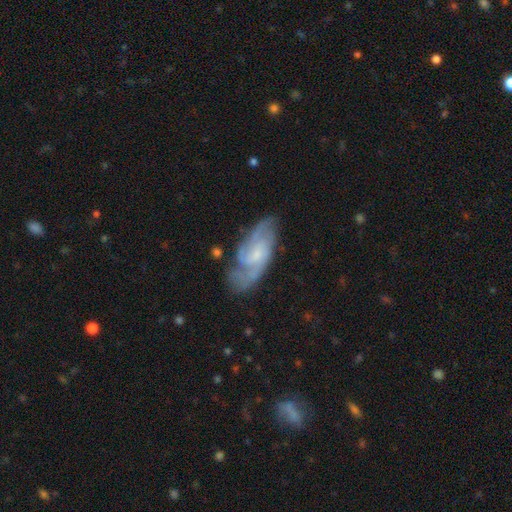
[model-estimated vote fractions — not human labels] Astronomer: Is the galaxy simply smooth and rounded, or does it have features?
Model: featured or disk — 79%.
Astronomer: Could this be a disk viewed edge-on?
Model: no — 94%.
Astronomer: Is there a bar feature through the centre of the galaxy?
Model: no — 55% (runner-up: weak, 38%).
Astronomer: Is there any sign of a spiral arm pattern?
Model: yes — 94%.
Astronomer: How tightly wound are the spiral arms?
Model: medium — 47% (runner-up: tight, 38%).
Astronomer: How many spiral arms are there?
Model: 2 — 41% (runner-up: can't tell, 23%).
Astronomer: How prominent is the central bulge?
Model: small — 64%.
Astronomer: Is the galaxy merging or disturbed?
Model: none — 67%.